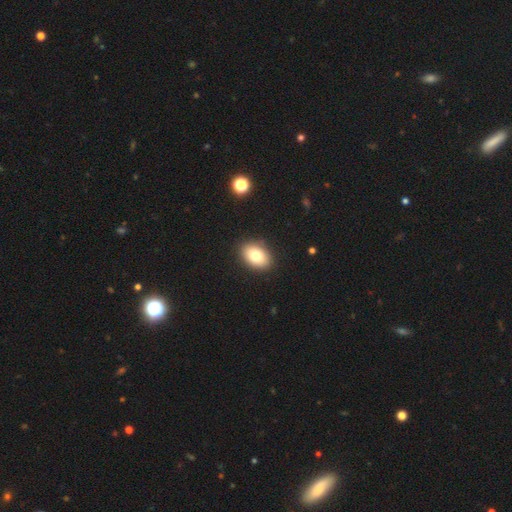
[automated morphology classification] Smooth or featured: smooth — 80% (featured or disk — 12%)
How rounded: in between — 84% (round — 15%)
Merging: none — 89% (minor disturbance — 7%)